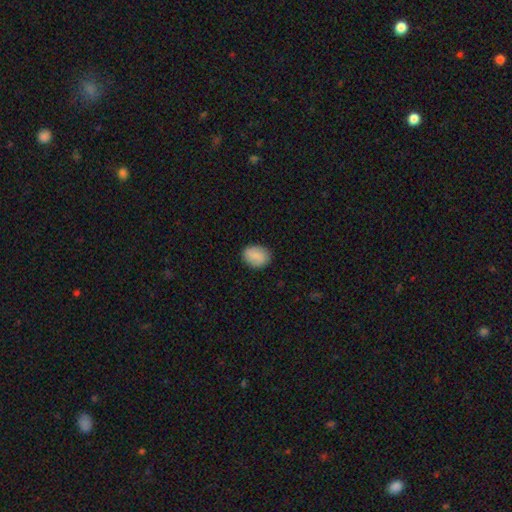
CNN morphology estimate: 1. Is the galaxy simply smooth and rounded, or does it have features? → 84% smooth, 9% featured or disk, 7% star or artifact.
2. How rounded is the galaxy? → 58% in between, 41% round, 1% cigar-shaped.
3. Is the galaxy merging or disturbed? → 86% none, 11% minor disturbance, 3% major disturbance, 1% merger.